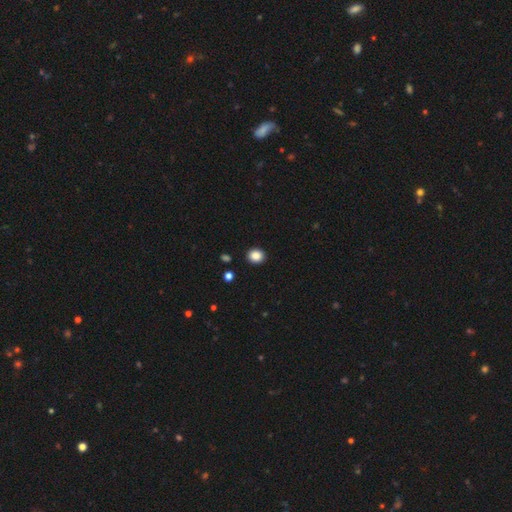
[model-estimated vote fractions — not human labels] smooth 87%, star or artifact 10%, featured or disk 3%. Down the decision tree: how rounded — round (68%); merging — none (91%).